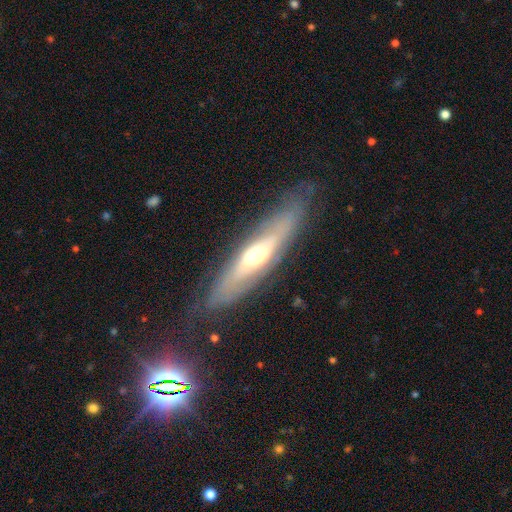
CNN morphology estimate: A featured or disk galaxy (68%) viewed edge-on (61%). Merging: none (79%).